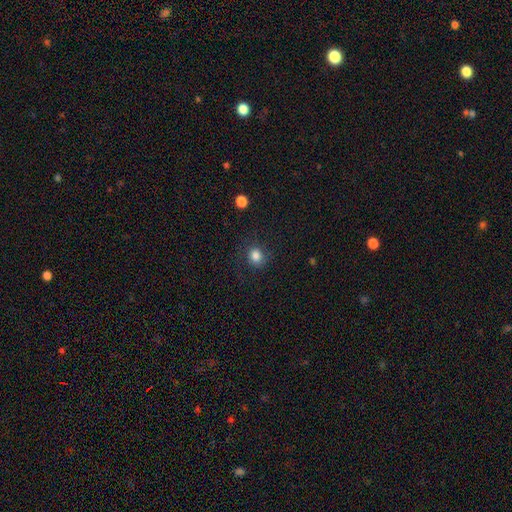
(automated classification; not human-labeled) This is clearly a smooth galaxy (84%). How rounded: clearly round (81%). Merging: clearly none (82%).